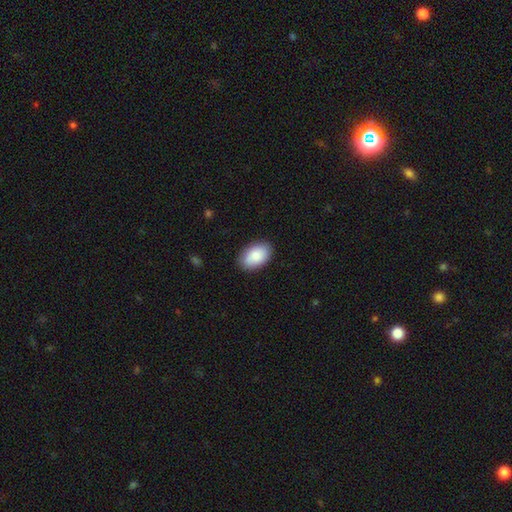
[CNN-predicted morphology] Smooth or featured: smooth — 86% (featured or disk — 8%)
How rounded: in between — 93% (round — 6%)
Merging: none — 87% (minor disturbance — 10%)